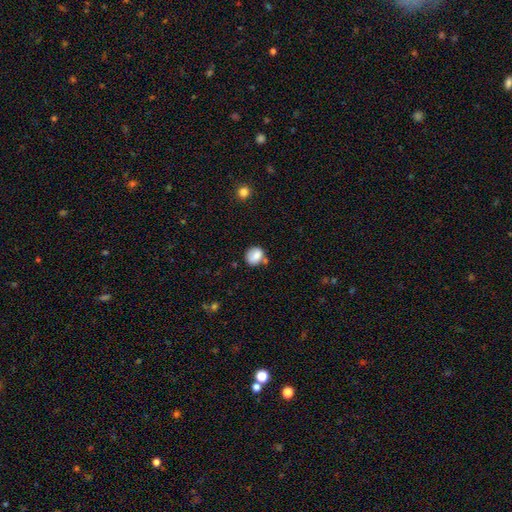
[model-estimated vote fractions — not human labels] Smooth or featured? smooth (81%)
How rounded? round (63%)
Merging? none (59%)